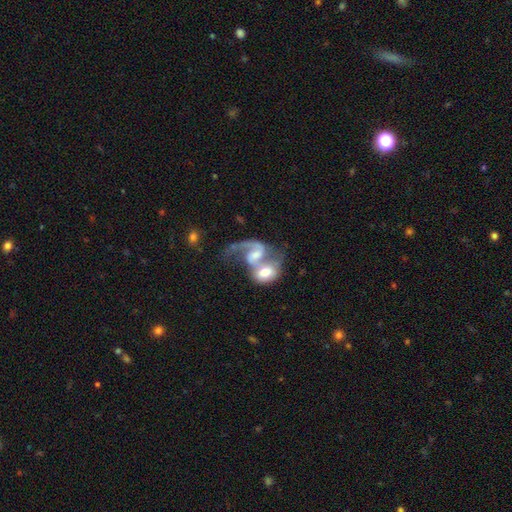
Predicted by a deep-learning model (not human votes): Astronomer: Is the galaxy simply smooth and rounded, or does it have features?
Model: featured or disk — 71%.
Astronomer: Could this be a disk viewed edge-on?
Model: no — 97%.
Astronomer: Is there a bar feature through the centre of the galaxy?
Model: no — 45% (runner-up: weak, 38%).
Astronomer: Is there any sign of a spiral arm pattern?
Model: yes — 82%.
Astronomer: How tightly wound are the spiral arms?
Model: loose — 55% (runner-up: medium, 33%).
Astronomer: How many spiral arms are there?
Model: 2 — 50% (runner-up: 1, 39%).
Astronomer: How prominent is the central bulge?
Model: moderate — 47% (runner-up: small, 28%).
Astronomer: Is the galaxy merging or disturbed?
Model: merger — 79%.